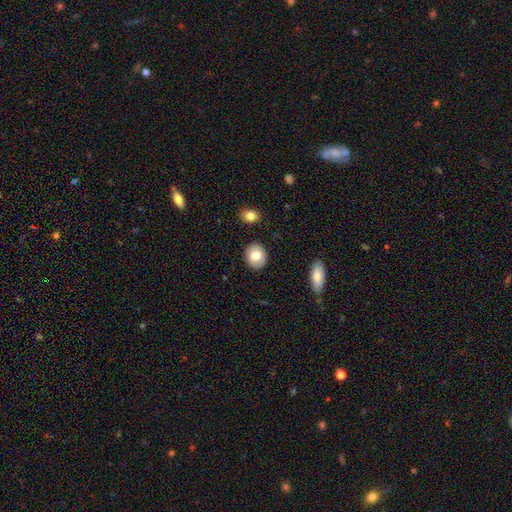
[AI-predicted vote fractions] Smooth or featured: smooth — 78% (featured or disk — 15%)
How rounded: round — 58% (in between — 41%)
Merging: none — 89% (minor disturbance — 8%)